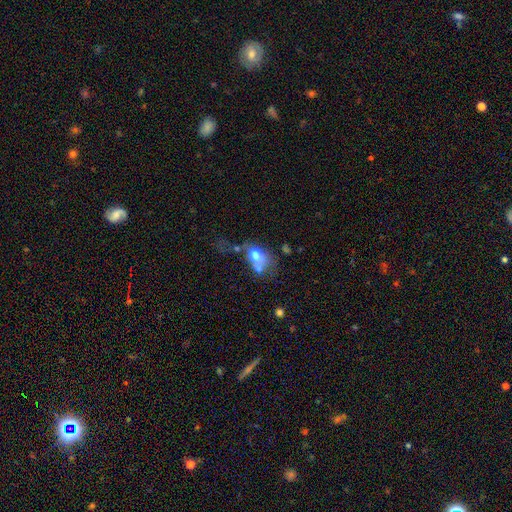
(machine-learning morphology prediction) A smooth galaxy with no disk features (65%) that is in between round and cigar-shaped (74%).

Vote fractions:
- Smooth or featured? smooth: 65% / featured or disk: 24% / star or artifact: 11%
- How rounded? in between: 74% / round: 23% / cigar-shaped: 2%
- Merging? merger: 37% / major disturbance: 29% / none: 19% / minor disturbance: 15%